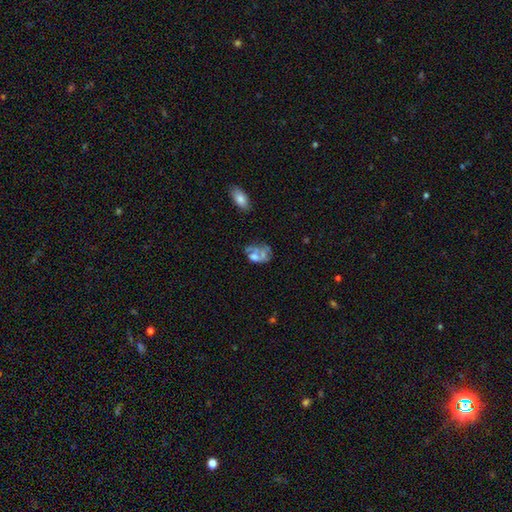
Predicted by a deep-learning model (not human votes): Smooth or featured? featured or disk (47%)
Merging? none (29%)